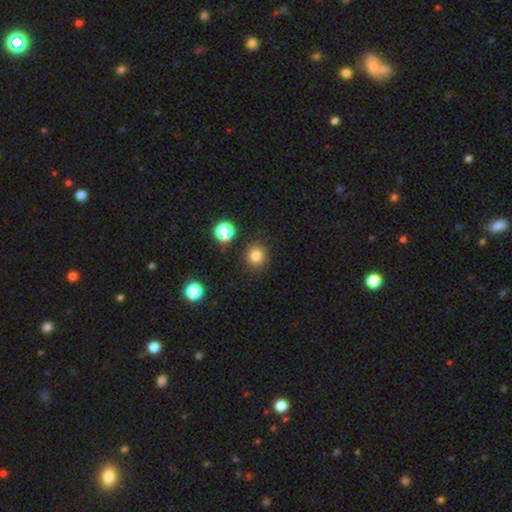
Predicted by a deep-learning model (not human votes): smooth-or-featured: smooth: 81% | star or artifact: 14% | featured or disk: 5%
  how-rounded: round: 89% | in between: 10% | cigar-shaped: 1%
  merging: none: 87% | minor disturbance: 7% | major disturbance: 3% | merger: 3%